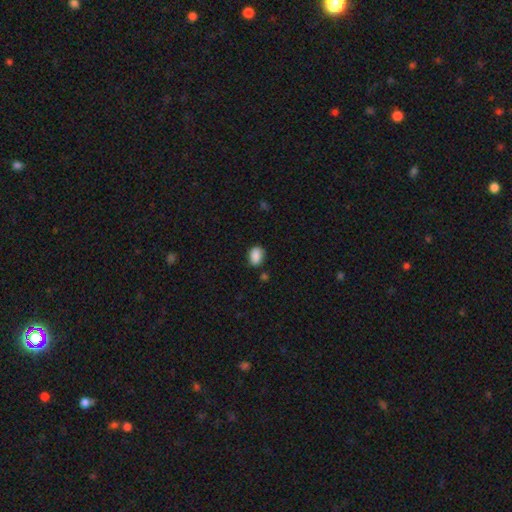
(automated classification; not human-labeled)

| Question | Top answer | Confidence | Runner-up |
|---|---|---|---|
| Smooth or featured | smooth | 88% | star or artifact (8%) |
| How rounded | in between | 78% | round (21%) |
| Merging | none | 80% | minor disturbance (15%) |